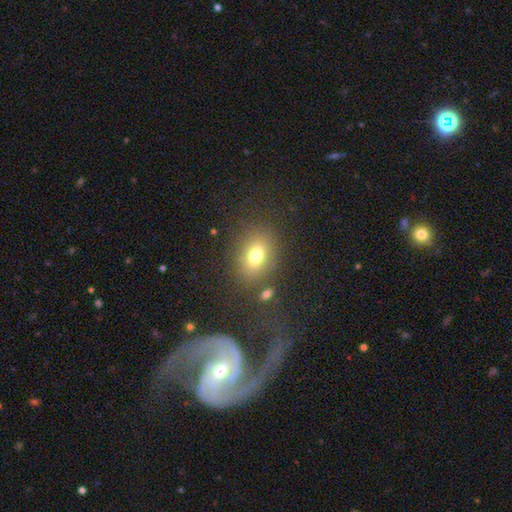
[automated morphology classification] This appears to be a smooth galaxy with no disk features (74%) that is in between round and cigar-shaped (66%). Merging: none (78%).